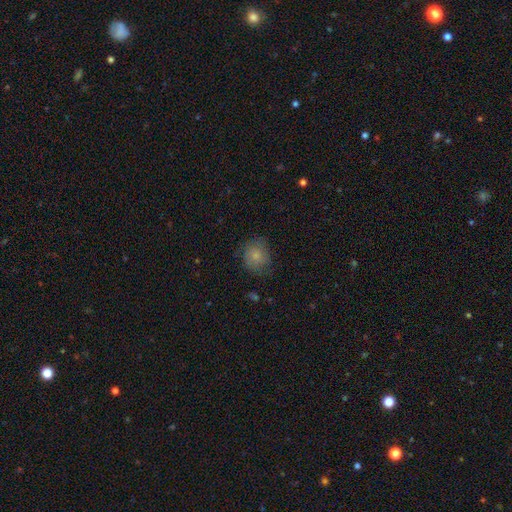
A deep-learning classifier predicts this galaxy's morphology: Q: Smooth or featured?
A: smooth (75%); runner-up: featured or disk (16%)
Q: How rounded?
A: round (75%); runner-up: in between (24%)
Q: Merging?
A: none (68%); runner-up: minor disturbance (23%)